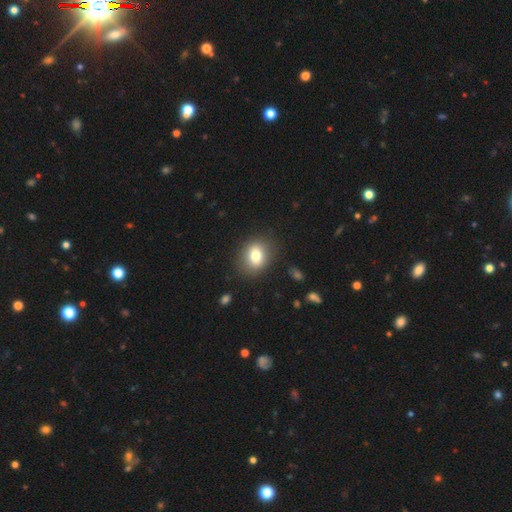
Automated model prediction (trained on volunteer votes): smooth_or_featured: smooth (p=0.78) [alt: featured or disk p=0.12]
how_rounded: in between (p=0.53) [alt: round p=0.46]
merging: none (p=0.84) [alt: minor disturbance p=0.11]